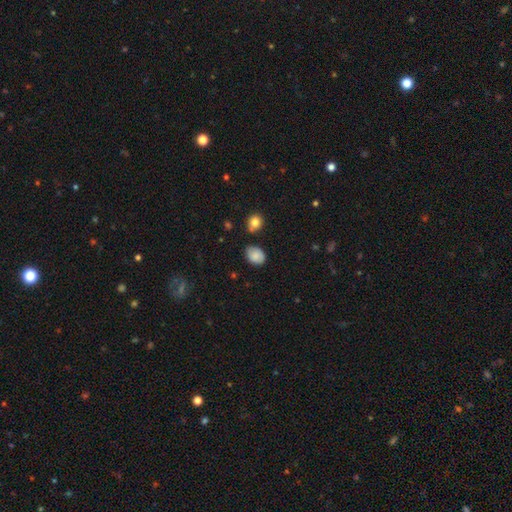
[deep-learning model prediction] Smooth or featured?
  - smooth: 84% *
  - star or artifact: 8%
  - featured or disk: 8%
How rounded?
  - in between: 66% *
  - round: 33%
  - cigar-shaped: 1%
Merging?
  - none: 66% *
  - minor disturbance: 26%
  - major disturbance: 4%
  - merger: 4%